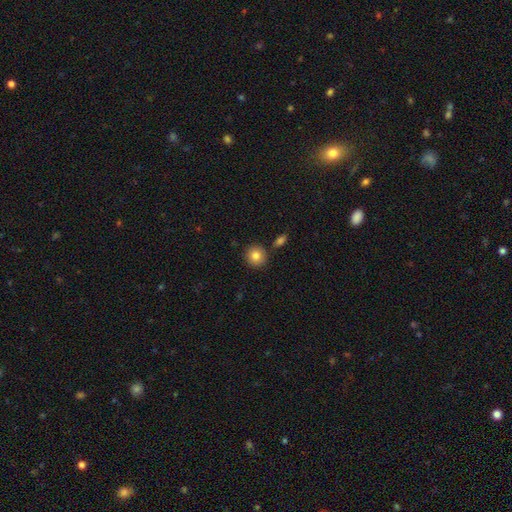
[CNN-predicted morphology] This is clearly a smooth galaxy (83%). How rounded: clearly round (90%). Merging: clearly none (85%).